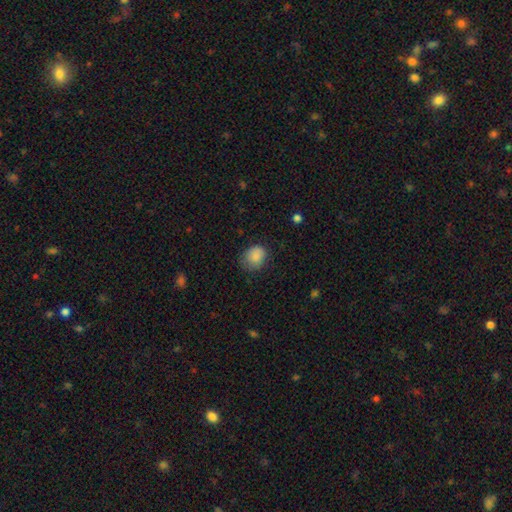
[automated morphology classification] A smooth galaxy with no disk features (86%) that is round (59%).

Vote fractions:
- Smooth or featured? smooth: 86% / star or artifact: 9% / featured or disk: 5%
- How rounded? round: 59% / in between: 40% / cigar-shaped: 1%
- Merging? none: 65% / minor disturbance: 26% / major disturbance: 7% / merger: 1%